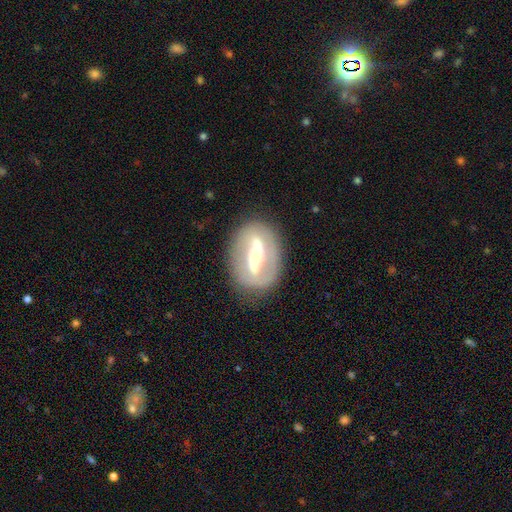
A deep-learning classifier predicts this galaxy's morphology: This appears to be a featured or disk galaxy (78%) with a strong bar (69%), spiral arms (57%) and a moderate central bulge (52%). Merging: none (81%).